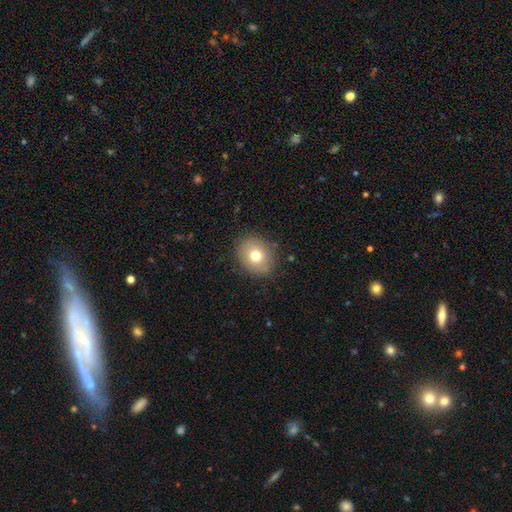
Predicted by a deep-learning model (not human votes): smooth 74%, featured or disk 15%, star or artifact 11%. Down the decision tree: how rounded — round (66%); merging — none (86%).